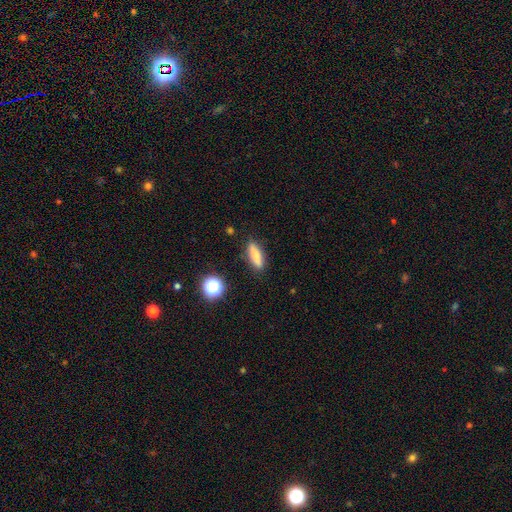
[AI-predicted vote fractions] This appears to be a smooth galaxy with no disk features (75%) that is cigar-shaped (62%). Merging: none (87%).